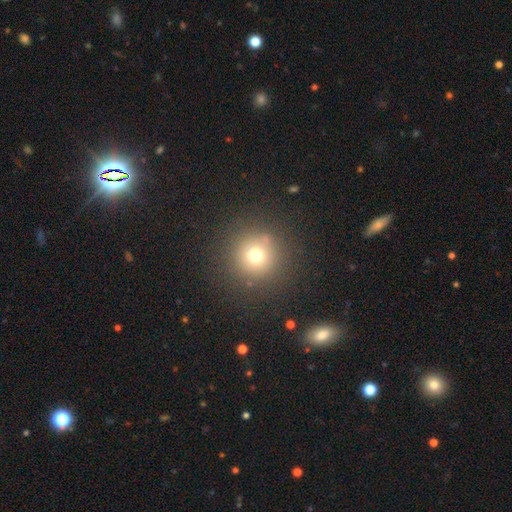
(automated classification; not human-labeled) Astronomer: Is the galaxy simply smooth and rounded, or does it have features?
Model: smooth — 70%.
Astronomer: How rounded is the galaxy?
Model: round — 95%.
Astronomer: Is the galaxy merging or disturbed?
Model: none — 87%.